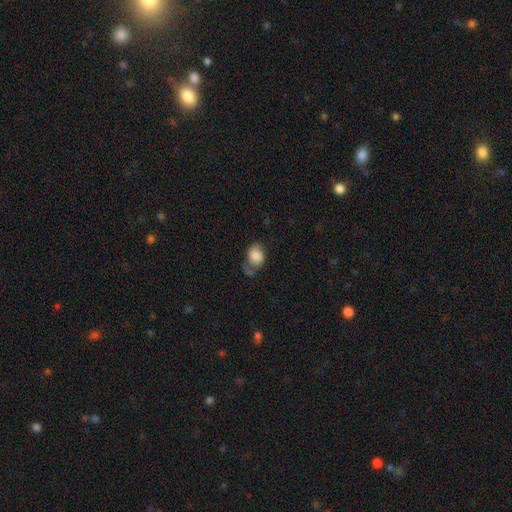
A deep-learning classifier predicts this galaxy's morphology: A smooth galaxy with no disk features (84%) that is in between round and cigar-shaped (57%).

Vote fractions:
- Smooth or featured? smooth: 84% / featured or disk: 8% / star or artifact: 8%
- How rounded? in between: 57% / round: 42% / cigar-shaped: 1%
- Merging? none: 41% / minor disturbance: 27% / major disturbance: 19% / merger: 13%